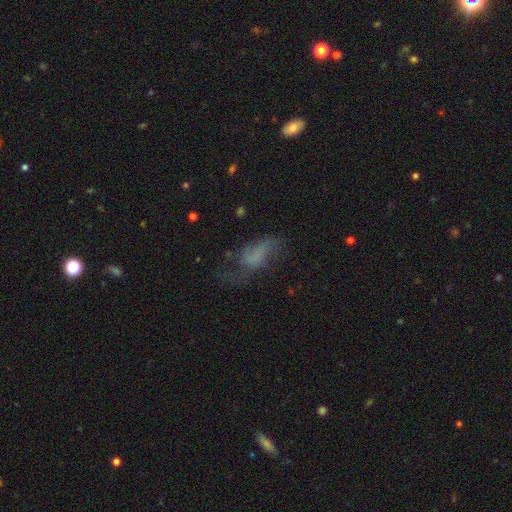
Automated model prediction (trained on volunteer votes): smooth 45%, featured or disk 40%, star or artifact 15%. Down the decision tree: merging — major disturbance (39%).